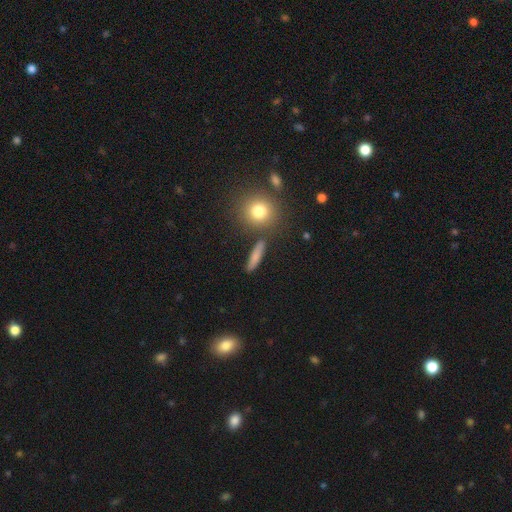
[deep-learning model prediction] smooth_or_featured: smooth (p=0.72) [alt: featured or disk p=0.18]
how_rounded: cigar-shaped (p=0.75) [alt: in between p=0.17]
merging: none (p=0.83) [alt: minor disturbance p=0.10]